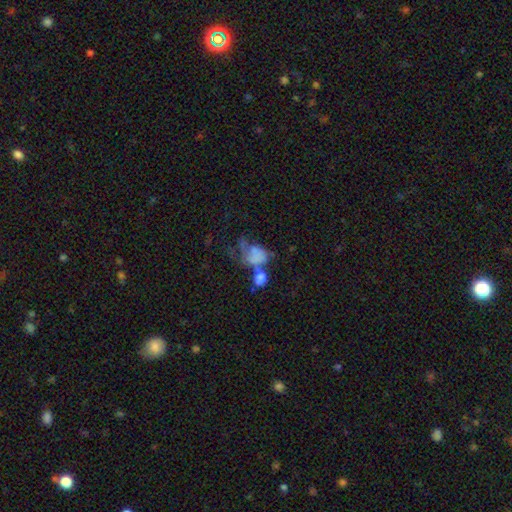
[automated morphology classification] This is possibly a smooth galaxy (56%). How rounded: likely in between (69%). Merging: marginally merger (42%).